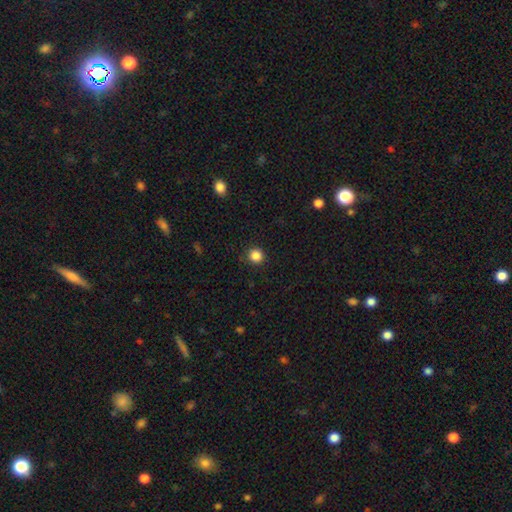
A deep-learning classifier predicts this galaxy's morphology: This is clearly a smooth galaxy (86%). How rounded: clearly round (93%). Merging: clearly none (91%).